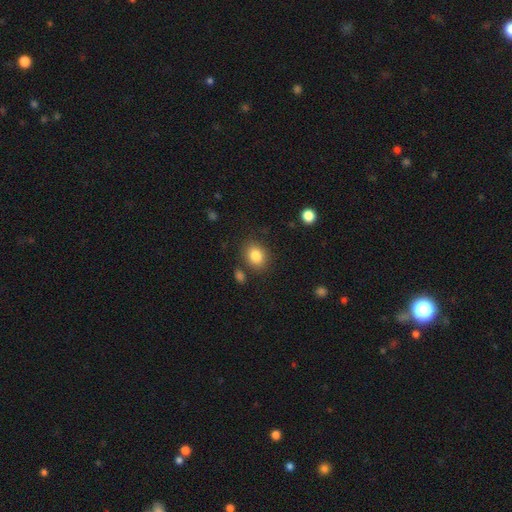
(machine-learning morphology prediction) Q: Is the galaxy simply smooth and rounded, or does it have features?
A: smooth — 85%.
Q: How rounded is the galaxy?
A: in between — 52%.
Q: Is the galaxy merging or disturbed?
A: none — 81%.